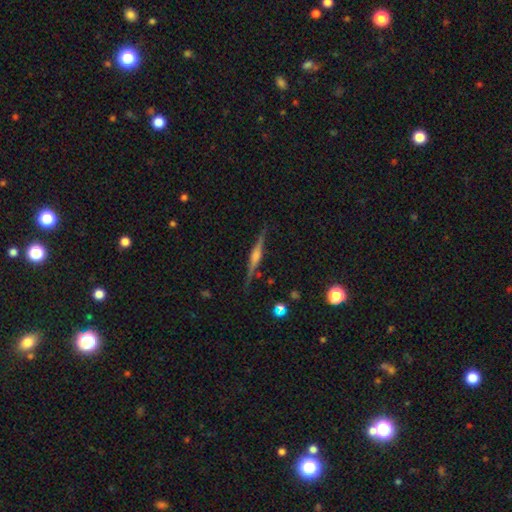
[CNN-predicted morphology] Smooth or featured? featured or disk (77%)
Edge-on disk? yes (98%)
Edge-on bulge? rounded (75%)
Merging? none (88%)